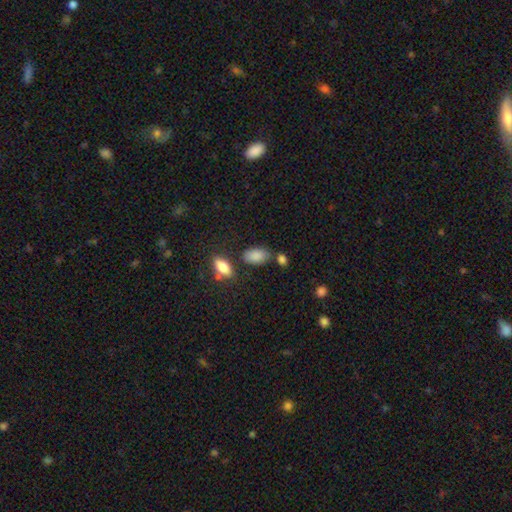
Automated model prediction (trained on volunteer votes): Q: Smooth or featured?
A: smooth (86%); runner-up: star or artifact (8%)
Q: How rounded?
A: in between (92%); runner-up: round (6%)
Q: Merging?
A: none (67%); runner-up: minor disturbance (18%)